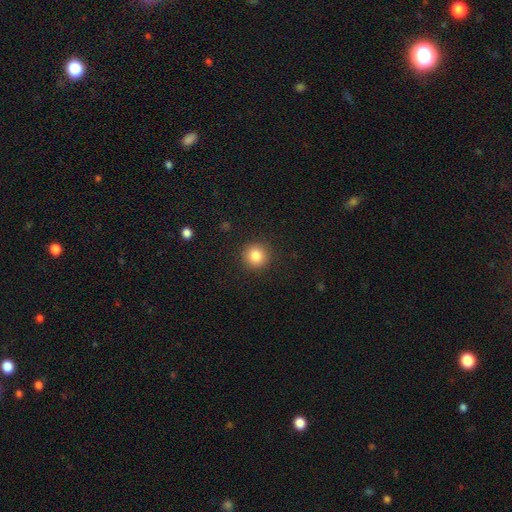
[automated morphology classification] Overall: smooth (85%). How rounded: round (93%). Merging: none (91%).